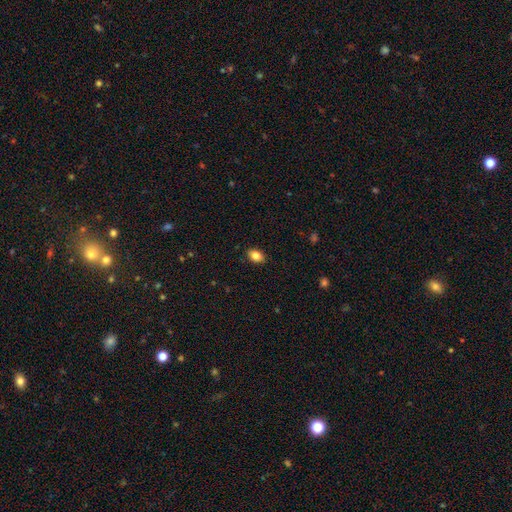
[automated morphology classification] Q: Smooth or featured?
A: smooth (85%); runner-up: star or artifact (9%)
Q: How rounded?
A: in between (83%); runner-up: round (15%)
Q: Merging?
A: none (89%); runner-up: minor disturbance (9%)